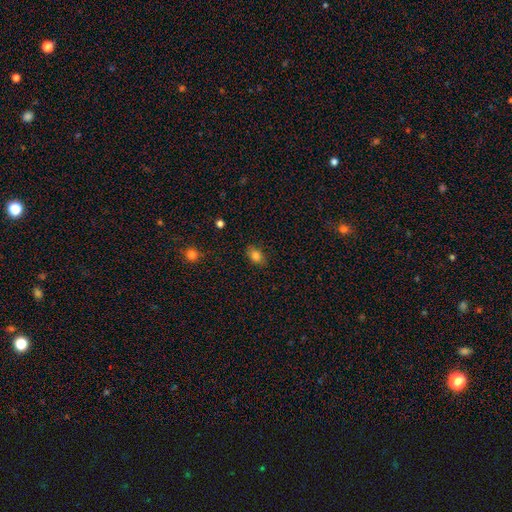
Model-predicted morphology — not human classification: Smooth or featured?
  - smooth: 82% *
  - star or artifact: 11%
  - featured or disk: 7%
How rounded?
  - in between: 79% *
  - round: 19%
  - cigar-shaped: 2%
Merging?
  - none: 83% *
  - minor disturbance: 13%
  - major disturbance: 3%
  - merger: 1%